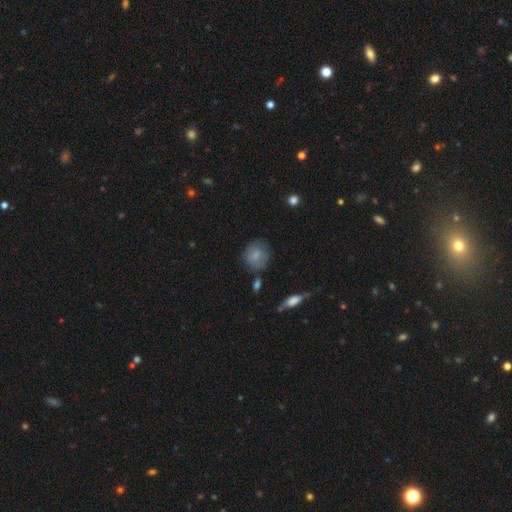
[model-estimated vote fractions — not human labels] This is likely a smooth galaxy (78%). How rounded: clearly round (82%). Merging: likely none (70%).